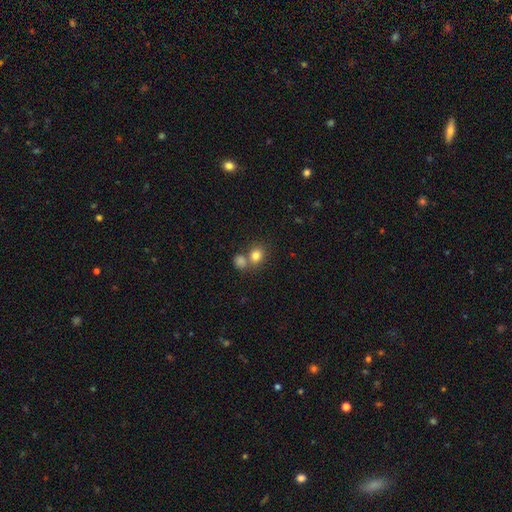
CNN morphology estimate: Smooth or featured?
  - smooth: 81% *
  - star or artifact: 12%
  - featured or disk: 7%
How rounded?
  - round: 67% *
  - in between: 32%
  - cigar-shaped: 1%
Merging?
  - none: 51% *
  - merger: 37%
  - minor disturbance: 9%
  - major disturbance: 3%